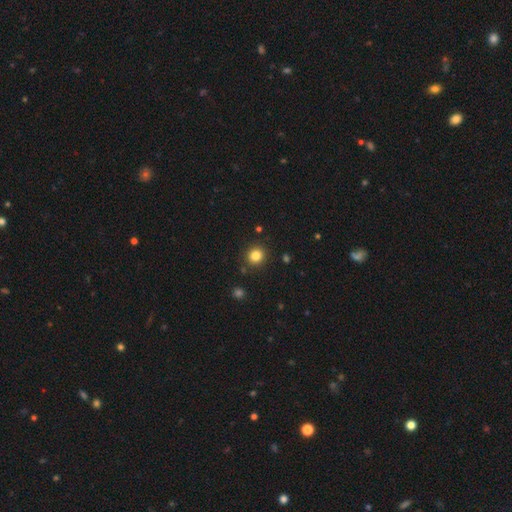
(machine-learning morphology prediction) This appears to be a smooth galaxy with no disk features (83%) that is round (89%). Merging: none (88%).